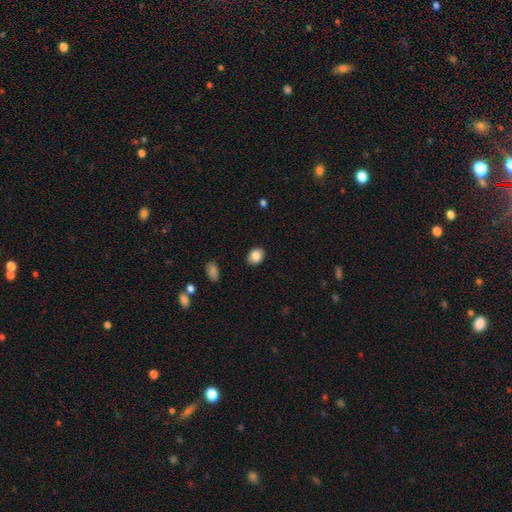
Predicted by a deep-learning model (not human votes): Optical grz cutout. It shows a smooth galaxy with no disk features (86%) that is in between round and cigar-shaped (58%). Merging: none (87%).